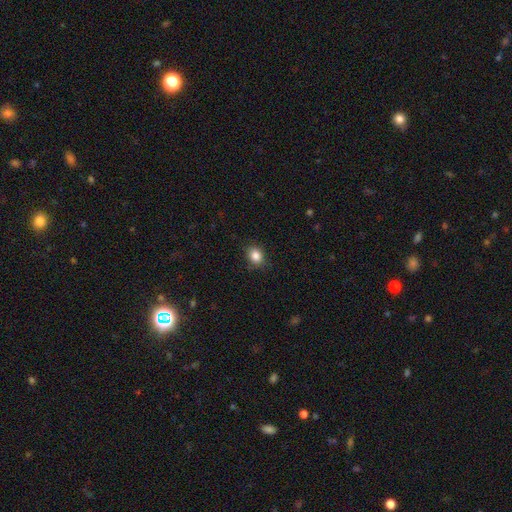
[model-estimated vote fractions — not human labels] smooth_or_featured: smooth (p=0.85) [alt: star or artifact p=0.10]
how_rounded: round (p=0.53) [alt: in between p=0.46]
merging: none (p=0.85) [alt: minor disturbance p=0.11]